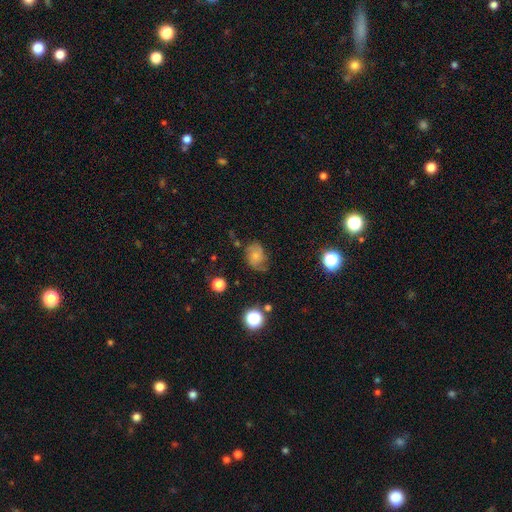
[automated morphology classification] type=featured or disk (49%); merging=none (57%).